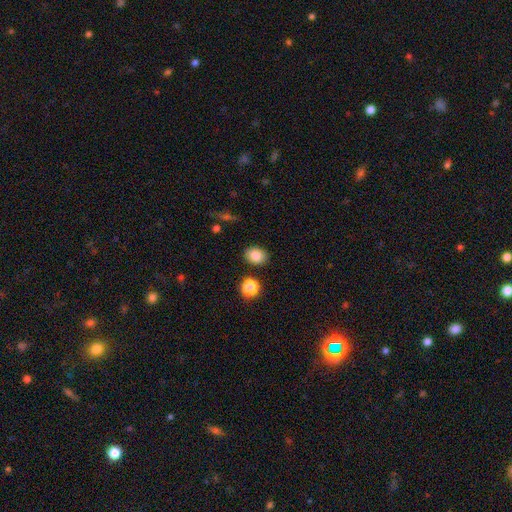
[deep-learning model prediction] smooth-or-featured: smooth: 83% | star or artifact: 10% | featured or disk: 7%
  how-rounded: in between: 58% | round: 41% | cigar-shaped: 1%
  merging: none: 86% | minor disturbance: 8% | merger: 3% | major disturbance: 2%